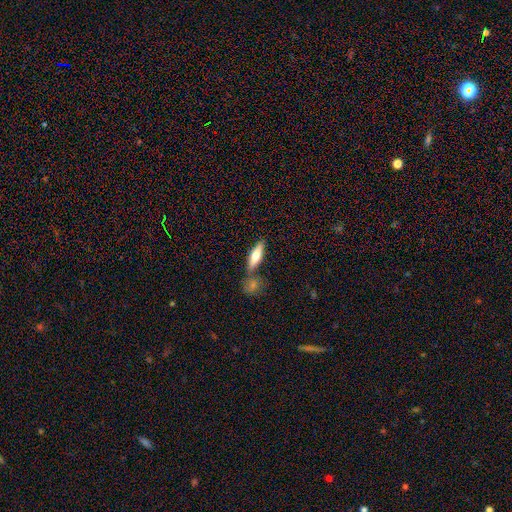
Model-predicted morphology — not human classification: This is likely a smooth galaxy (60%). How rounded: possibly cigar-shaped (57%). Merging: likely none (64%).